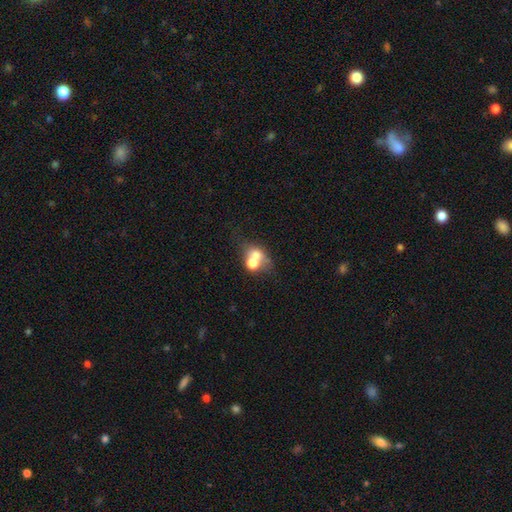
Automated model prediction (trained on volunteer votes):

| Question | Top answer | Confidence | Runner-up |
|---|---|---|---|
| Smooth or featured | smooth | 63% | featured or disk (26%) |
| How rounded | round | 60% | in between (38%) |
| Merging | merger | 65% | none (23%) |